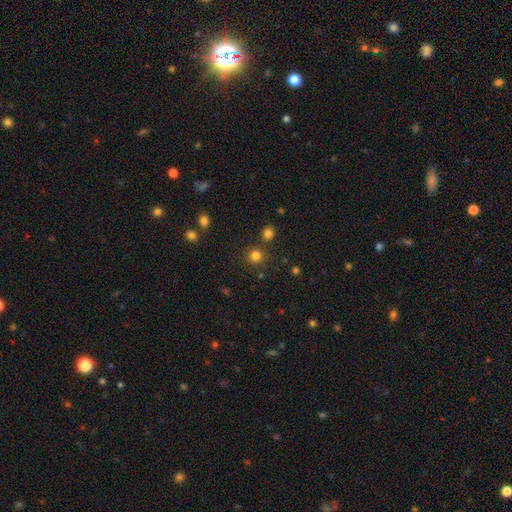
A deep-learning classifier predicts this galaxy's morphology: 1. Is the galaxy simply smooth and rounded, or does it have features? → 79% smooth, 16% star or artifact, 4% featured or disk.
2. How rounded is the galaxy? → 92% round, 7% in between, 1% cigar-shaped.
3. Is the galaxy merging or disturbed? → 82% none, 8% merger, 7% minor disturbance, 3% major disturbance.